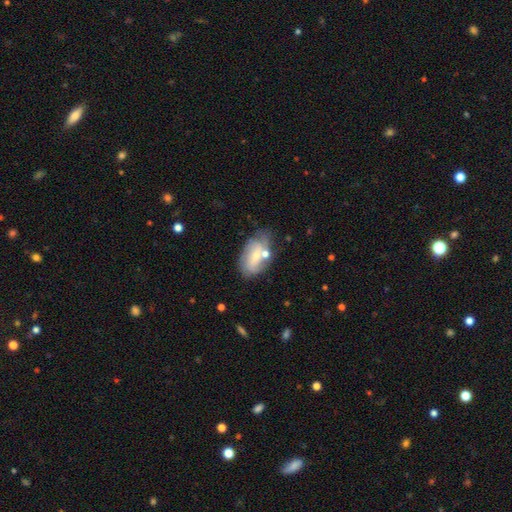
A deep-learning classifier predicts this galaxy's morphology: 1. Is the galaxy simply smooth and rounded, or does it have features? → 48% smooth, 43% featured or disk, 8% star or artifact.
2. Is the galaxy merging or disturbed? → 52% none, 23% minor disturbance, 16% merger, 9% major disturbance.